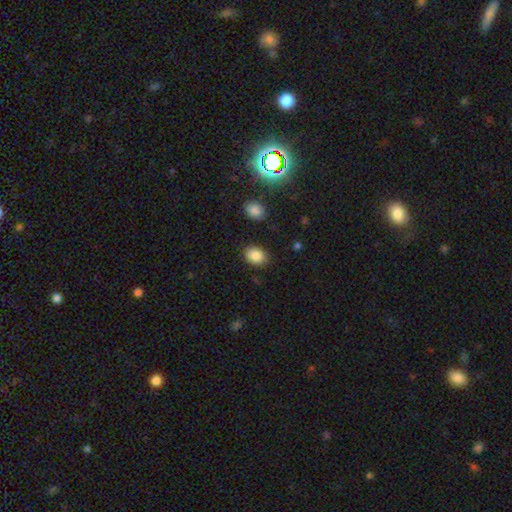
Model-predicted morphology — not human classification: Smooth or featured: smooth — 87% (star or artifact — 9%)
How rounded: in between — 73% (round — 26%)
Merging: none — 86% (minor disturbance — 9%)